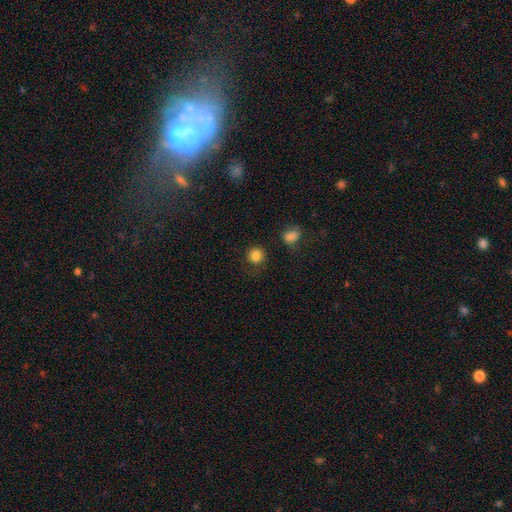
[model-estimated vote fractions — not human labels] A smooth galaxy with no disk features (84%) that is round (91%).

Vote fractions:
- Smooth or featured? smooth: 84% / star or artifact: 11% / featured or disk: 5%
- How rounded? round: 91% / in between: 8% / cigar-shaped: 1%
- Merging? none: 80% / minor disturbance: 11% / major disturbance: 5% / merger: 4%